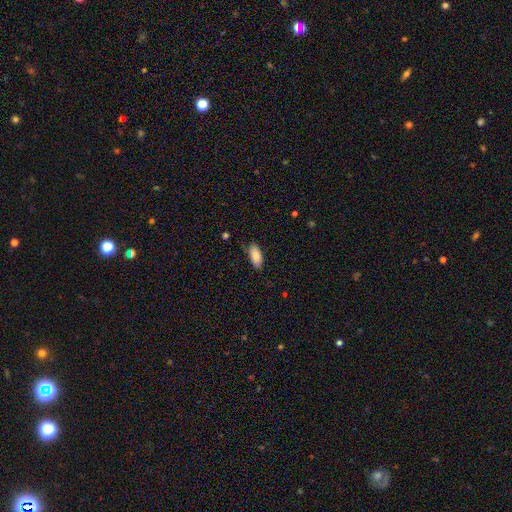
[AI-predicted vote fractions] Q: Smooth or featured?
A: smooth (85%); runner-up: featured or disk (8%)
Q: How rounded?
A: in between (90%); runner-up: cigar-shaped (8%)
Q: Merging?
A: none (80%); runner-up: minor disturbance (16%)